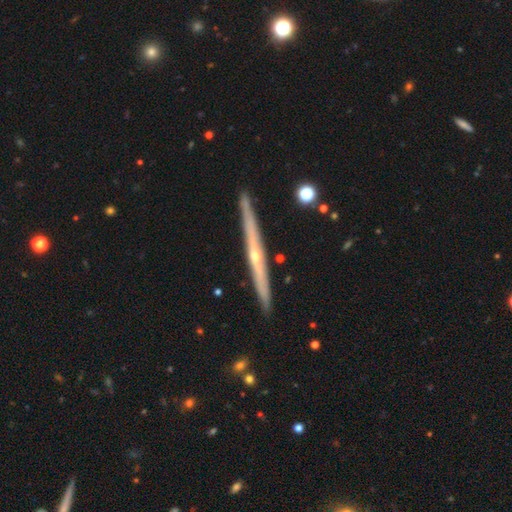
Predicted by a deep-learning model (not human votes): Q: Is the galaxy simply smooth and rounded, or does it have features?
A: featured or disk — 79%.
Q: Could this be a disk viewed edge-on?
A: yes — 97%.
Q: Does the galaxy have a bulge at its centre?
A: rounded — 66%.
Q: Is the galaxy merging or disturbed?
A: none — 91%.